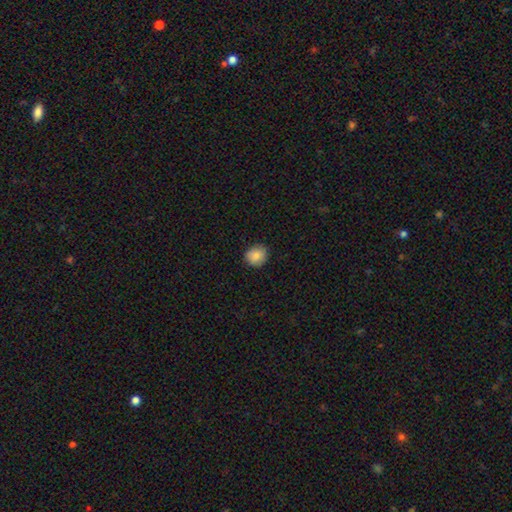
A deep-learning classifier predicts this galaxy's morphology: type=smooth (85%); roundness=round (82%); merging=none (85%).